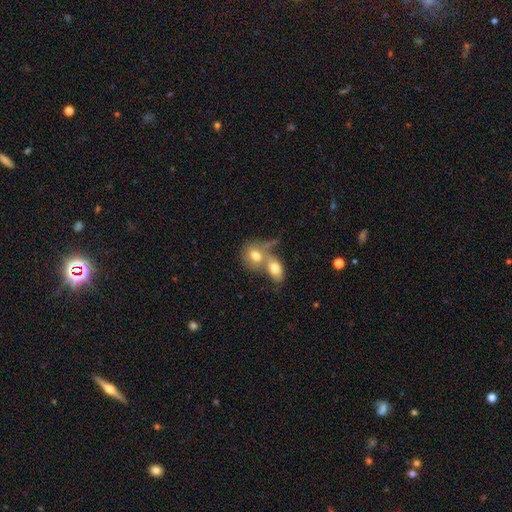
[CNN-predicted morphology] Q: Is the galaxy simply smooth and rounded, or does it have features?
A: smooth — 73%.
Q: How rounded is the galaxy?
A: in between — 50%.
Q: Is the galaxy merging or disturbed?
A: merger — 67%.